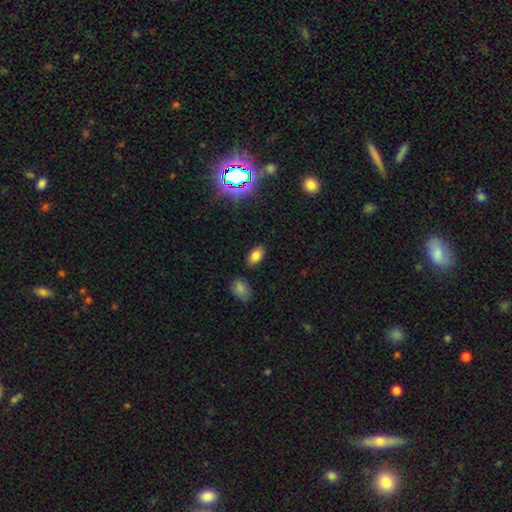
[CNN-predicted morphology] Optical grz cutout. It shows a smooth galaxy with no disk features (79%) that is in between round and cigar-shaped (91%). Merging: none (85%).